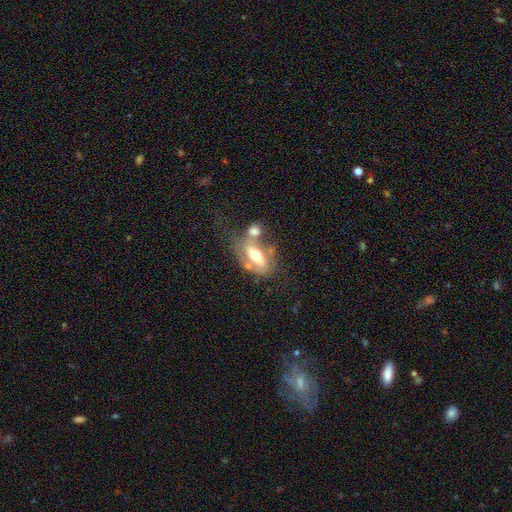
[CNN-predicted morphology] smooth_or_featured: featured or disk (p=0.48) [alt: smooth p=0.45]
merging: merger (p=0.37) [alt: none p=0.33]